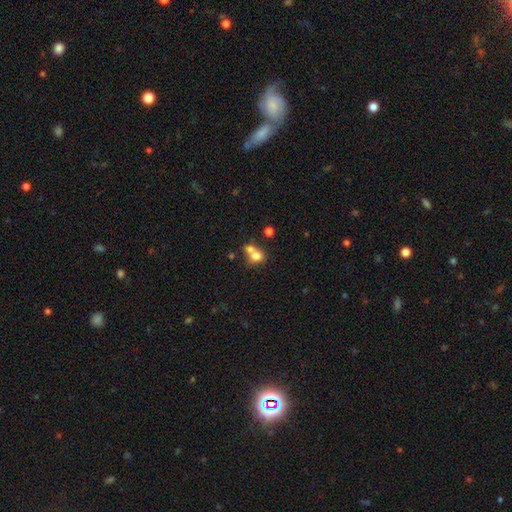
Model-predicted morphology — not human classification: Overall: smooth (74%). How rounded: round (66%; in between 33%). Merging: merger (57%; none 32%).